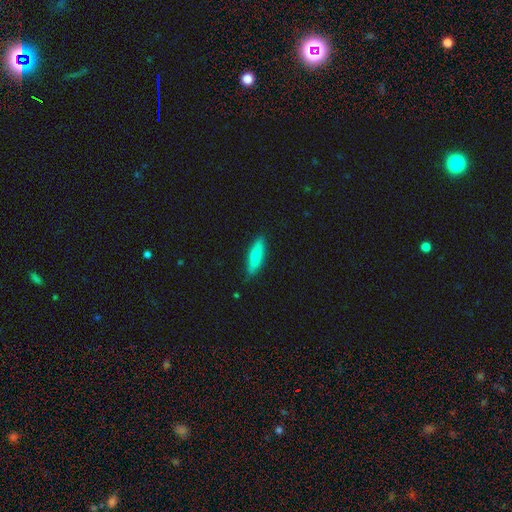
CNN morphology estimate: This is likely a smooth galaxy (77%). How rounded: likely cigar-shaped (65%). Merging: clearly none (85%).